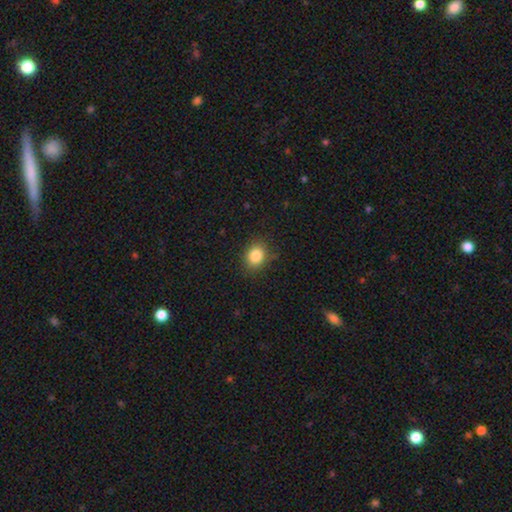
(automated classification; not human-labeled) smooth_or_featured: smooth (p=0.84) [alt: star or artifact p=0.10]
how_rounded: round (p=0.53) [alt: in between p=0.46]
merging: none (p=0.83) [alt: minor disturbance p=0.12]